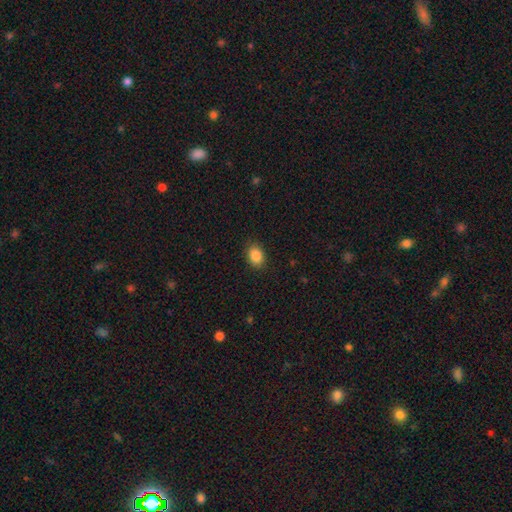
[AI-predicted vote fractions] A smooth galaxy with no disk features (88%) that is in between round and cigar-shaped (71%).

Vote fractions:
- Smooth or featured? smooth: 88% / star or artifact: 9% / featured or disk: 4%
- How rounded? in between: 71% / round: 28% / cigar-shaped: 1%
- Merging? none: 87% / minor disturbance: 9% / major disturbance: 3% / merger: 1%